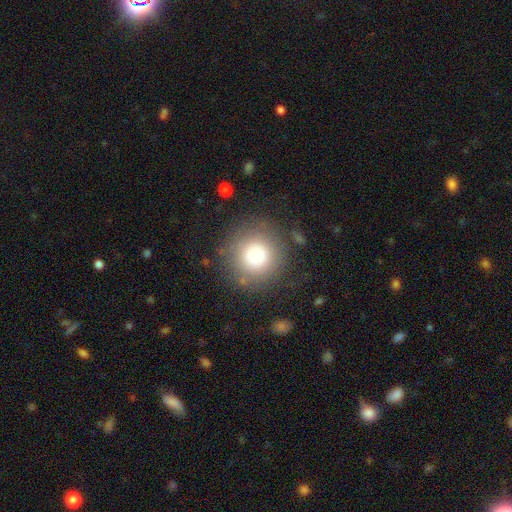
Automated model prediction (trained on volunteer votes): Q: Smooth or featured?
A: smooth (72%); runner-up: featured or disk (15%)
Q: How rounded?
A: round (95%); runner-up: in between (4%)
Q: Merging?
A: none (82%); runner-up: minor disturbance (10%)